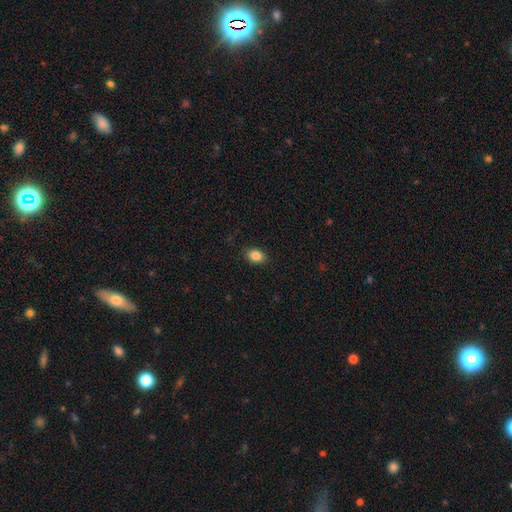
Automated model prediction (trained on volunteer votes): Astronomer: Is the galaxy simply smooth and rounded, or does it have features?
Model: smooth — 87%.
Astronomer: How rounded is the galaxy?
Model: in between — 74%.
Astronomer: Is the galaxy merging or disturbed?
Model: none — 87%.